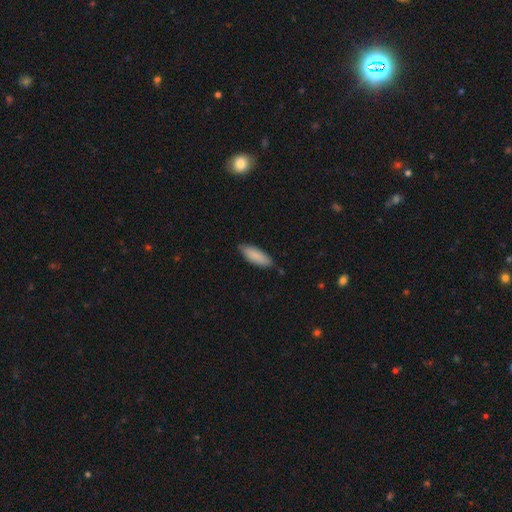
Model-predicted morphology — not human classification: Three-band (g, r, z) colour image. It shows a smooth galaxy with no disk features (87%) that is in between round and cigar-shaped (64%). Merging: none (80%).